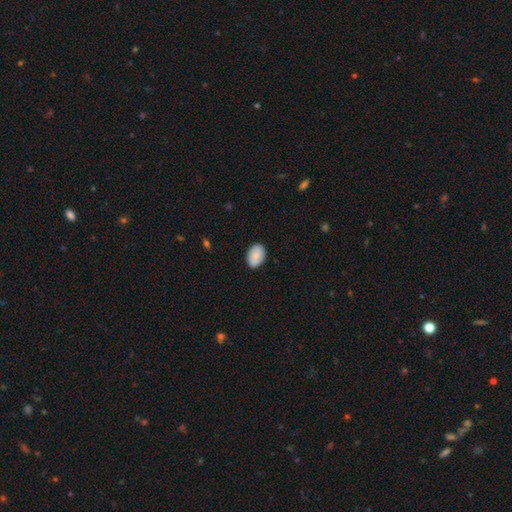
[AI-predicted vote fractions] The model was most divided on "merging": none: 86%, minor disturbance: 11%, major disturbance: 2%, merger: 1%. More confident: smooth or featured — smooth (89%); how rounded — in between (88%).